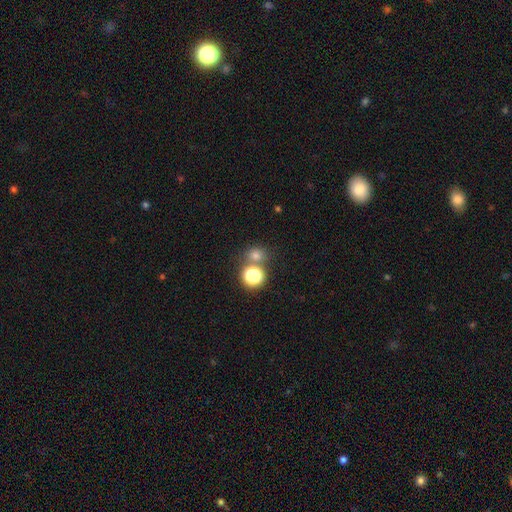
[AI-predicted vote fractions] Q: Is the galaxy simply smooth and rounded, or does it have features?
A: smooth — 70%.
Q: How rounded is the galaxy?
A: round — 77%.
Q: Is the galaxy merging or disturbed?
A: none — 65%.